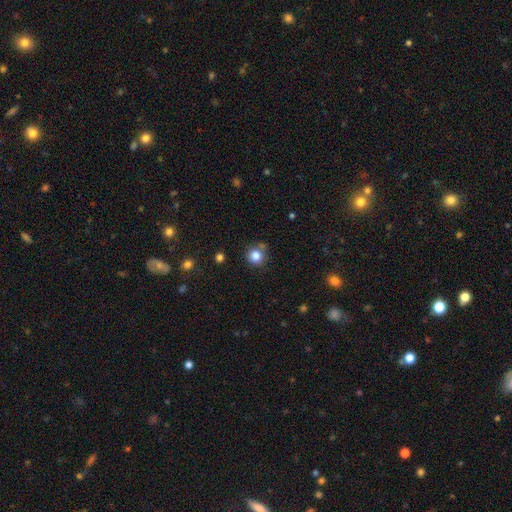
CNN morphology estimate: type=smooth (83%); roundness=round (90%); merging=none (76%).